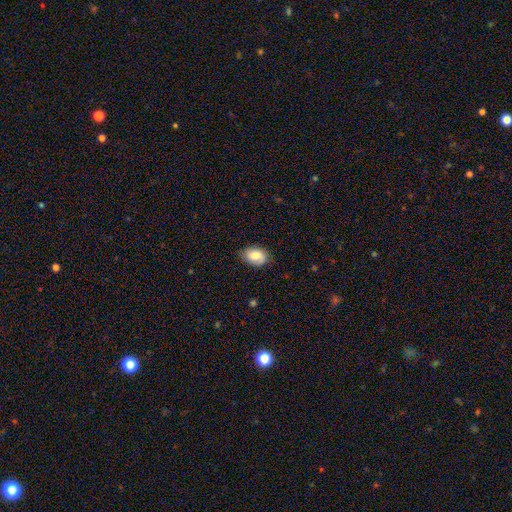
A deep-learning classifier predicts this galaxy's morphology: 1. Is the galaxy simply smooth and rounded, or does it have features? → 80% smooth, 13% featured or disk, 7% star or artifact.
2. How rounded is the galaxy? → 80% in between, 19% round, 1% cigar-shaped.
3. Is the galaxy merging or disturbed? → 79% none, 17% minor disturbance, 3% major disturbance, 1% merger.